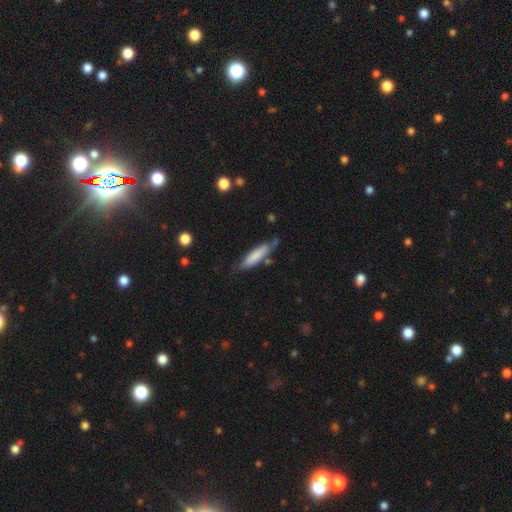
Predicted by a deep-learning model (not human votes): This is likely a smooth galaxy (77%). How rounded: likely cigar-shaped (74%). Merging: likely none (69%).